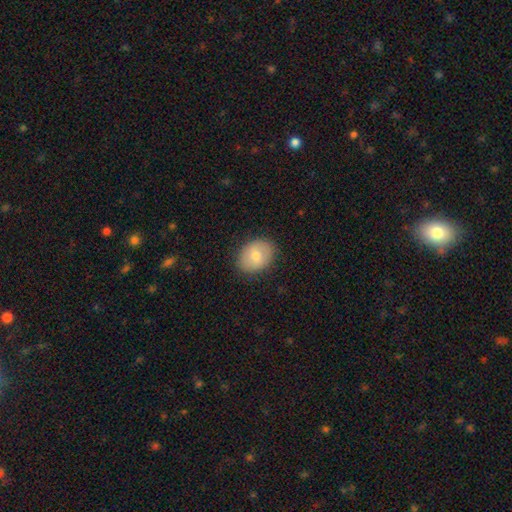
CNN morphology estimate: type=smooth (74%); roundness=in between (63%); merging=none (85%).